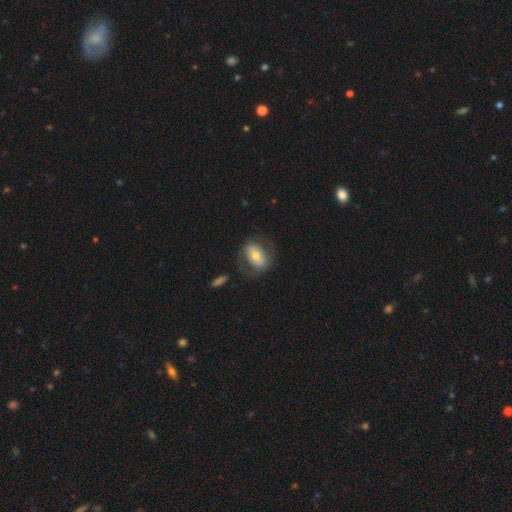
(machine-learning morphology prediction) Smooth or featured: smooth — 47% (featured or disk — 46%)
Merging: none — 65% (minor disturbance — 18%)